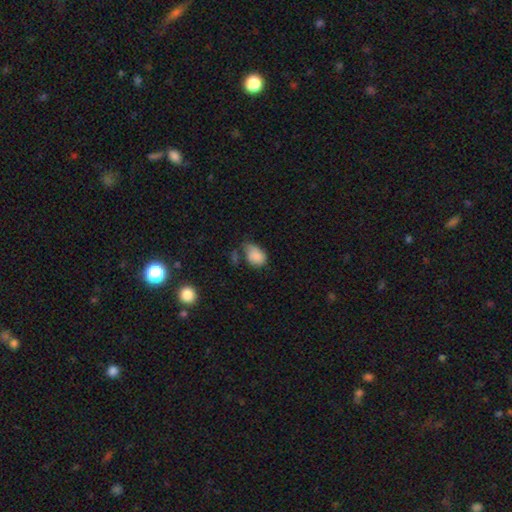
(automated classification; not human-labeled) smooth 83%, star or artifact 8%, featured or disk 8%. Down the decision tree: how rounded — in between (79%); merging — minor disturbance (39%).